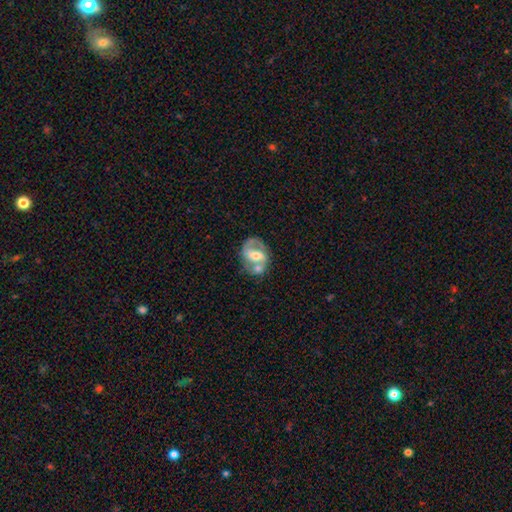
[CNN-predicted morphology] smooth-or-featured: featured or disk: 73% | smooth: 21% | star or artifact: 6%
  disk-edge-on: no: 97% | yes: 3%
    bar: weak: 41% | strong: 34% | no: 25%
    has-spiral-arms: yes: 79% | no: 21%
      spiral-winding: medium: 51% | tight: 25% | loose: 24%
      spiral-arm-count: 2: 77% | 1: 12% | can't tell: 8% | 3: 1% | 4: 1% | more than 4: 1%
    bulge-size: moderate: 61% | small: 29% | large: 7% | none: 2% | dominant: 1%
  merging: none: 44% | merger: 29% | minor disturbance: 17% | major disturbance: 10%